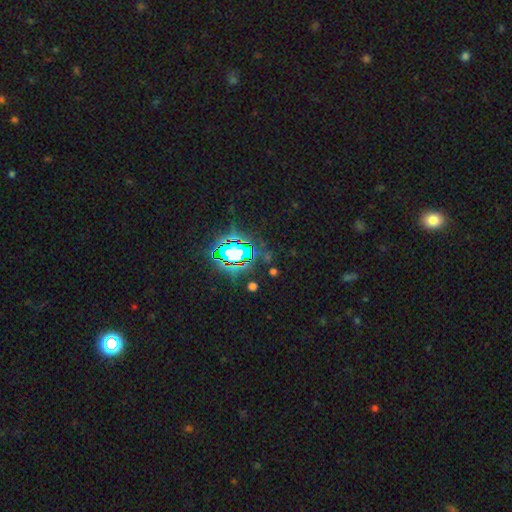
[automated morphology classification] Smooth or featured? Predicted: star or artifact (p=0.81).